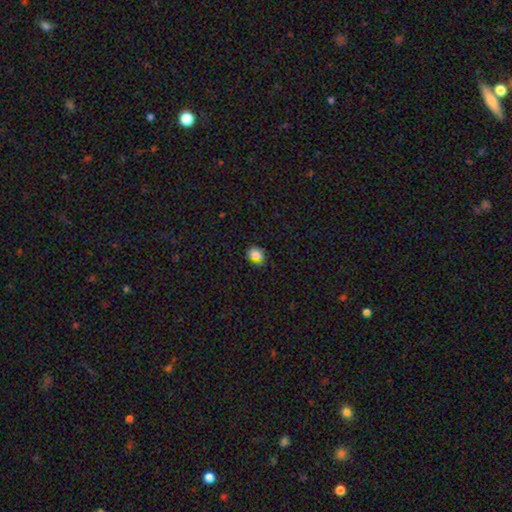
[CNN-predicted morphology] Overall: smooth (71%). How rounded: in between (50%; round 48%). Merging: none (78%).